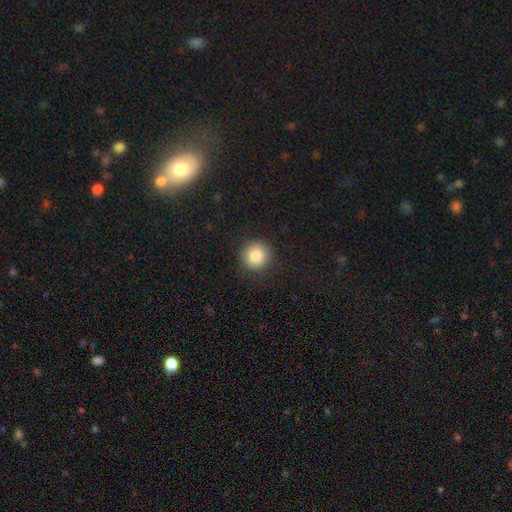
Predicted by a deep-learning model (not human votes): Smooth or featured? smooth (86%)
How rounded? round (95%)
Merging? none (91%)